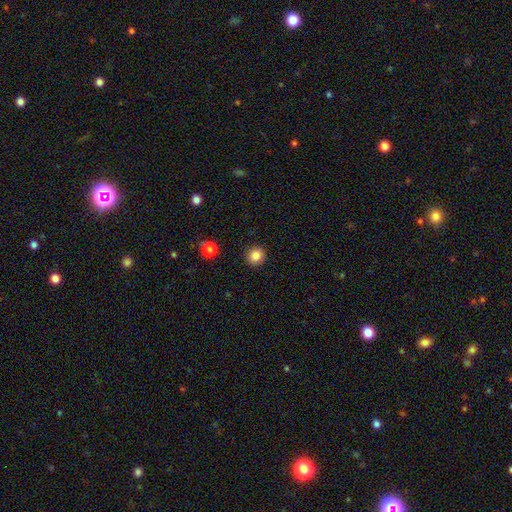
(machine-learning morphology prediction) A smooth galaxy with no disk features (85%) that is round (89%). Merging: none (92%).